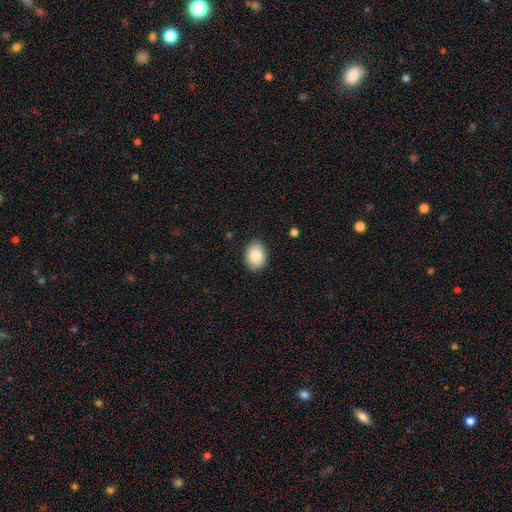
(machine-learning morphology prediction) Smooth or featured: smooth — 87% (star or artifact — 7%)
How rounded: in between — 78% (round — 21%)
Merging: none — 87% (minor disturbance — 9%)